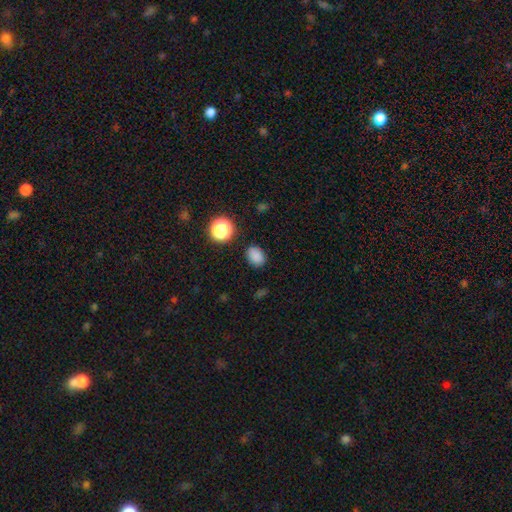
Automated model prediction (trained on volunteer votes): The model was most divided on "how rounded": in between: 59%, round: 40%, cigar-shaped: 1%. More confident: merging — none (84%); smooth or featured — smooth (82%).